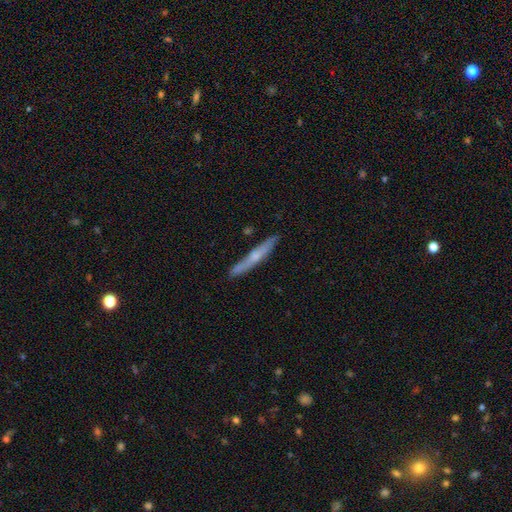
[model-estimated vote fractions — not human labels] smooth-or-featured: featured or disk: 49% | smooth: 45% | star or artifact: 6%
  merging: none: 83% | minor disturbance: 13% | merger: 2% | major disturbance: 2%